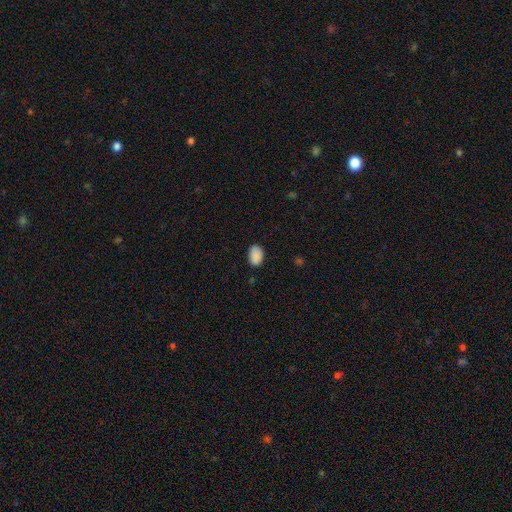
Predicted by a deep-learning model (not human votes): A smooth galaxy with no disk features (89%) that is in between round and cigar-shaped (85%).

Vote fractions:
- Smooth or featured? smooth: 89% / star or artifact: 8% / featured or disk: 3%
- How rounded? in between: 85% / round: 14% / cigar-shaped: 1%
- Merging? none: 83% / minor disturbance: 13% / major disturbance: 2% / merger: 1%